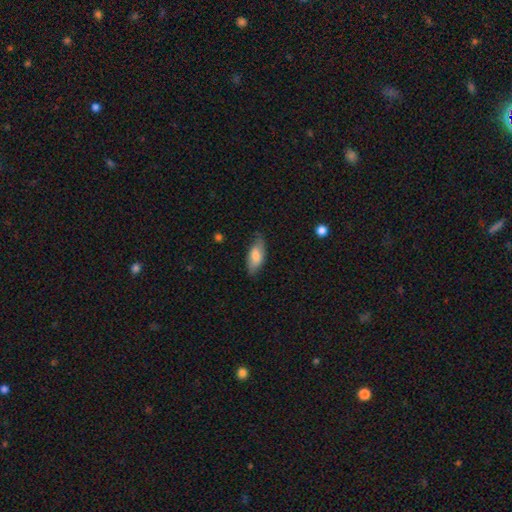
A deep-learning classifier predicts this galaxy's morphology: Smooth or featured?
  - smooth: 74% *
  - featured or disk: 20%
  - star or artifact: 6%
How rounded?
  - in between: 85% *
  - cigar-shaped: 13%
  - round: 2%
Merging?
  - none: 72% *
  - minor disturbance: 22%
  - major disturbance: 5%
  - merger: 1%